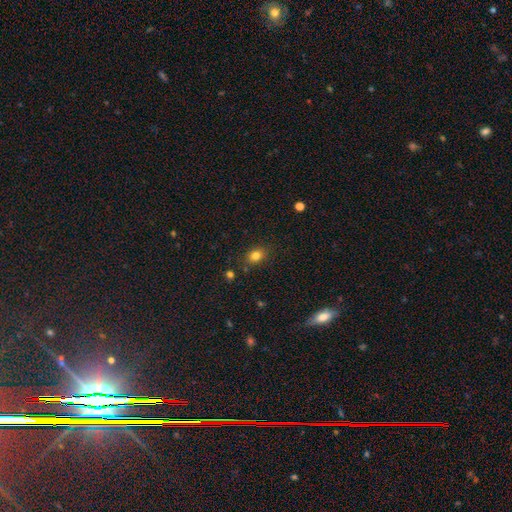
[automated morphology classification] This appears to be a smooth galaxy with no disk features (81%) that is in between round and cigar-shaped (60%). Merging: none (82%).